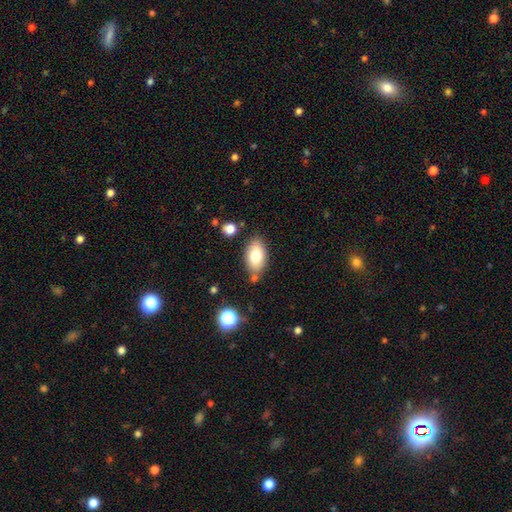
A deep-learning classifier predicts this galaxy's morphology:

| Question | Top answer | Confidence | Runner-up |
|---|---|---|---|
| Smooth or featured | smooth | 78% | featured or disk (14%) |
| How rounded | in between | 92% | round (5%) |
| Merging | none | 76% | minor disturbance (14%) |